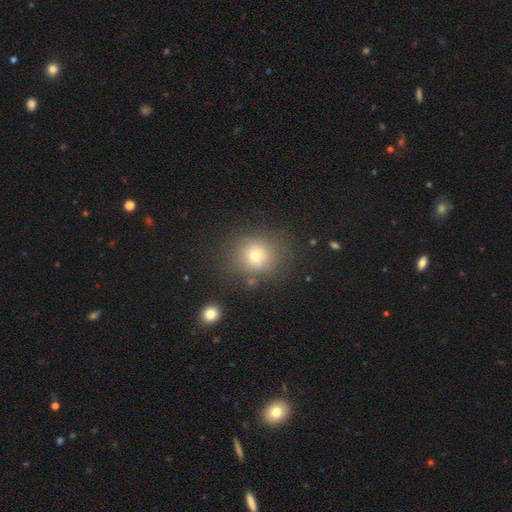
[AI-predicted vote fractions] smooth 68%, star or artifact 18%, featured or disk 14%. Down the decision tree: how rounded — round (81%); merging — none (75%).